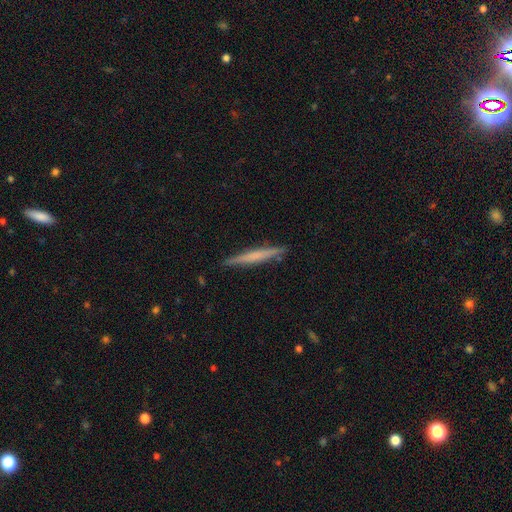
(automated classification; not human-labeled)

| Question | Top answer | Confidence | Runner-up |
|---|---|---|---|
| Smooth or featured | featured or disk | 47% | tied: smooth (47%) |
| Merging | none | 90% | minor disturbance (8%) |